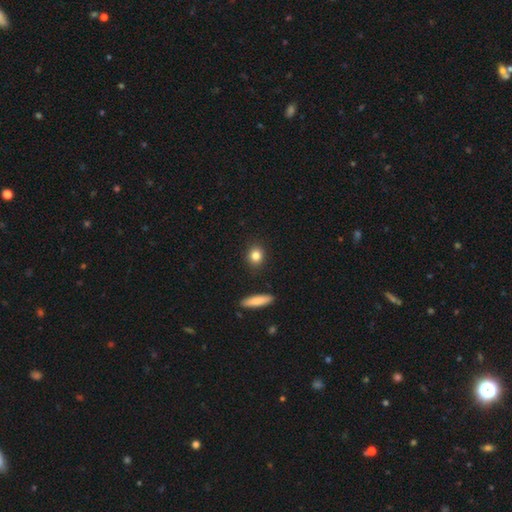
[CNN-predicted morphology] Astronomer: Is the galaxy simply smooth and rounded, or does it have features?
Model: smooth — 84%.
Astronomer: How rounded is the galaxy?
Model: round — 70%.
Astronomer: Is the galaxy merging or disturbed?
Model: none — 90%.